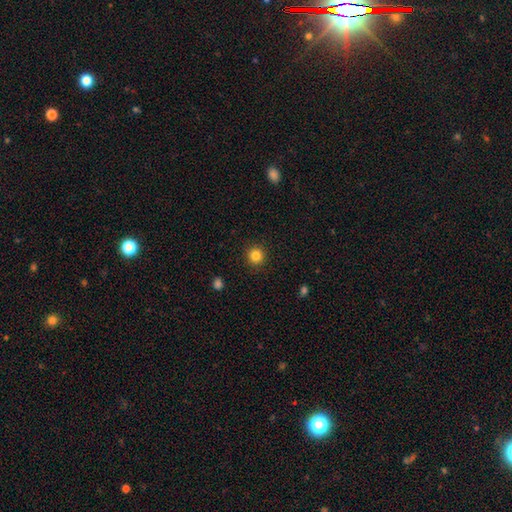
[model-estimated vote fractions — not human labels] smooth-or-featured: smooth: 83% | star or artifact: 12% | featured or disk: 5%
  how-rounded: round: 94% | in between: 5% | cigar-shaped: 1%
  merging: none: 92% | minor disturbance: 5% | major disturbance: 2% | merger: 1%